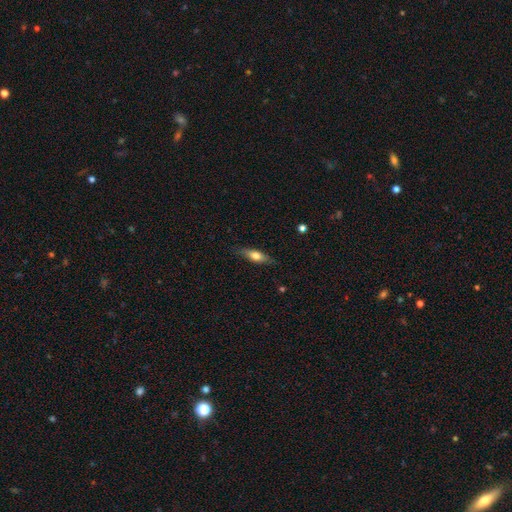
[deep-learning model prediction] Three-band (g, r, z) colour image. It shows a smooth galaxy with no disk features (59%) that is cigar-shaped (51%). Merging: none (82%).